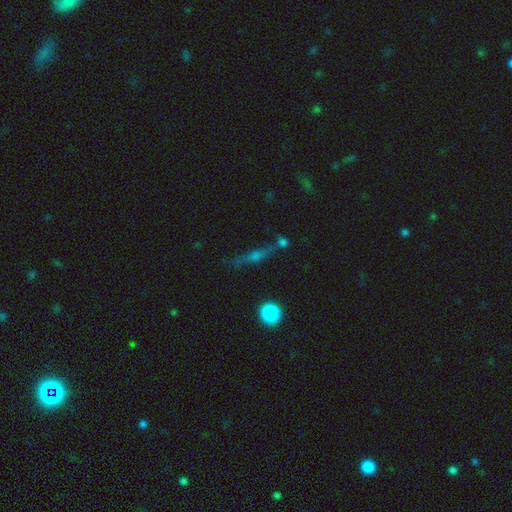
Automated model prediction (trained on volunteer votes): smooth_or_featured: featured or disk (p=0.50) [alt: smooth p=0.30]
merging: none (p=0.71) [alt: minor disturbance p=0.14]